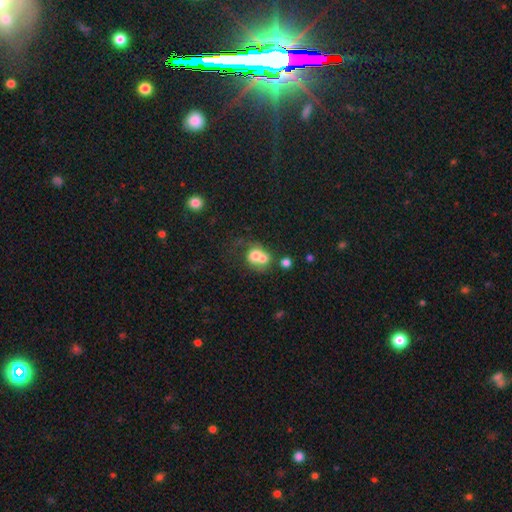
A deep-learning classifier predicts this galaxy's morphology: Smooth or featured: smooth — 66% (featured or disk — 23%)
How rounded: round — 64% (in between — 35%)
Merging: merger — 66% (none — 21%)